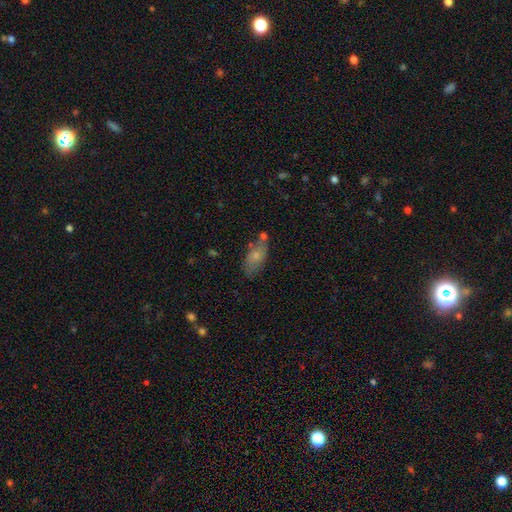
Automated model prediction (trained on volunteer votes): Smooth or featured?
  - smooth: 69% *
  - featured or disk: 23%
  - star or artifact: 8%
How rounded?
  - in between: 86% *
  - cigar-shaped: 9%
  - round: 5%
Merging?
  - none: 56% *
  - minor disturbance: 22%
  - merger: 14%
  - major disturbance: 7%